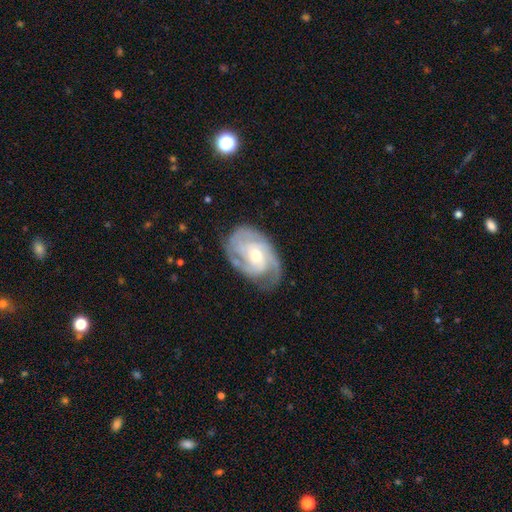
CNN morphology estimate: This appears to be a featured or disk galaxy (86%) with no bar (59%), 3 (34%) tight (56%) spiral arms (96%) and a moderate central bulge (53%). Merging: none (72%).